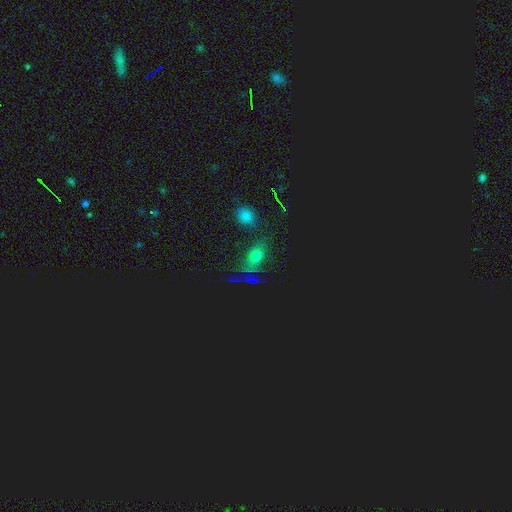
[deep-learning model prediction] Smooth or featured? Predicted: smooth (p=0.46). Merging? Predicted: none (p=0.66).